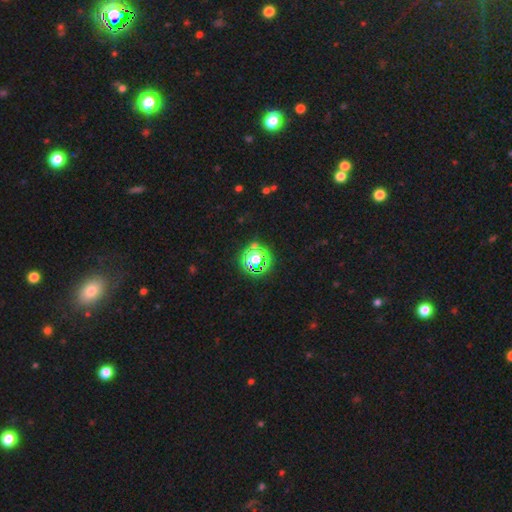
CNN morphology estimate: Q: Smooth or featured?
A: star or artifact (69%); runner-up: smooth (23%)